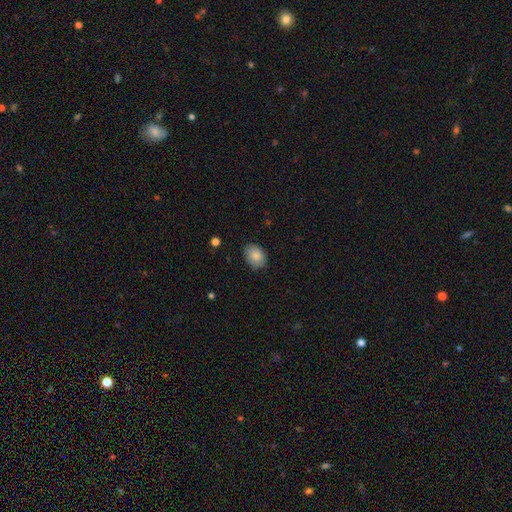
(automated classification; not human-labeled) A smooth galaxy with no disk features (85%) that is in between round and cigar-shaped (72%).

Vote fractions:
- Smooth or featured? smooth: 85% / star or artifact: 7% / featured or disk: 7%
- How rounded? in between: 72% / round: 27% / cigar-shaped: 1%
- Merging? none: 81% / minor disturbance: 15% / major disturbance: 3% / merger: 1%